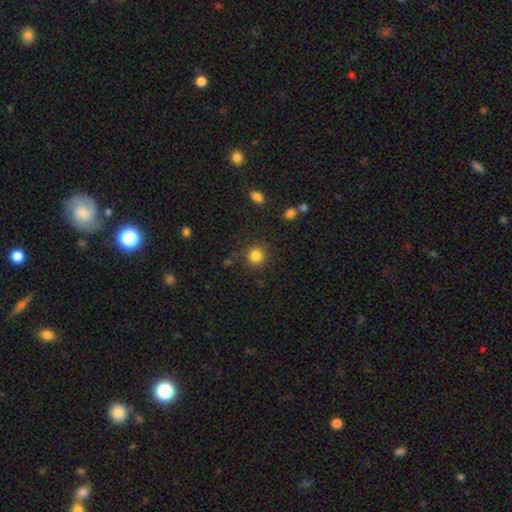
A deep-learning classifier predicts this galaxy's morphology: Overall: smooth (84%). How rounded: round (92%). Merging: none (86%).